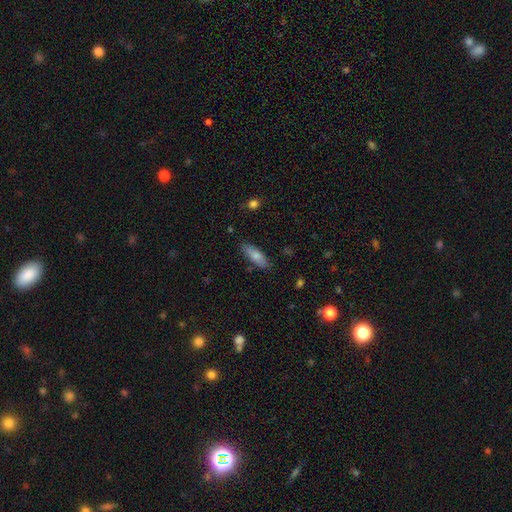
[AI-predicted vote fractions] Smooth or featured? smooth (77%)
How rounded? in between (56%)
Merging? none (83%)